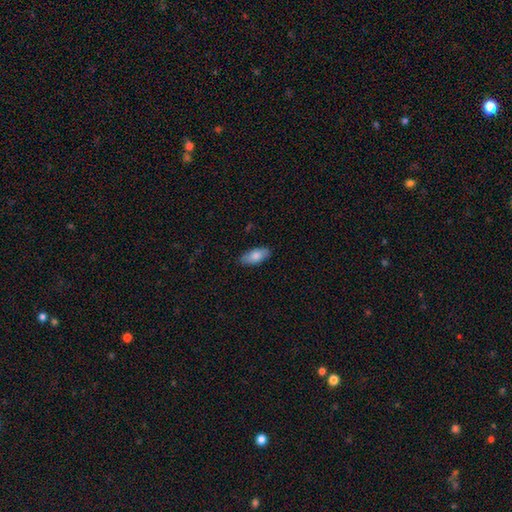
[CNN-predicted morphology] type=smooth (80%); roundness=in between (88%); merging=none (86%).